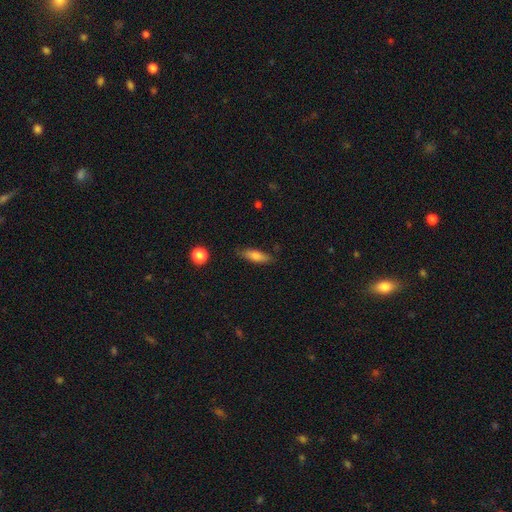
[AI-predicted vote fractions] Smooth or featured?
  - smooth: 75% *
  - featured or disk: 17%
  - star or artifact: 7%
How rounded?
  - cigar-shaped: 51% *
  - in between: 47%
  - round: 2%
Merging?
  - none: 83% *
  - minor disturbance: 13%
  - major disturbance: 3%
  - merger: 1%